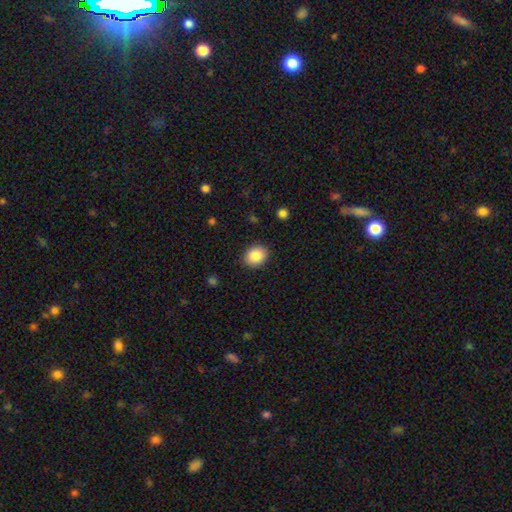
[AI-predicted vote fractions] A smooth galaxy with no disk features (86%) that is round (54%). Merging: none (89%).